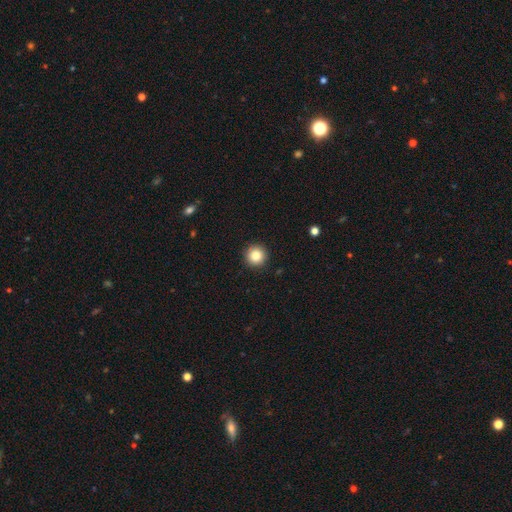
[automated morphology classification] smooth_or_featured: smooth (p=0.85) [alt: star or artifact p=0.10]
how_rounded: round (p=0.96) [alt: in between p=0.03]
merging: none (p=0.92) [alt: minor disturbance p=0.05]